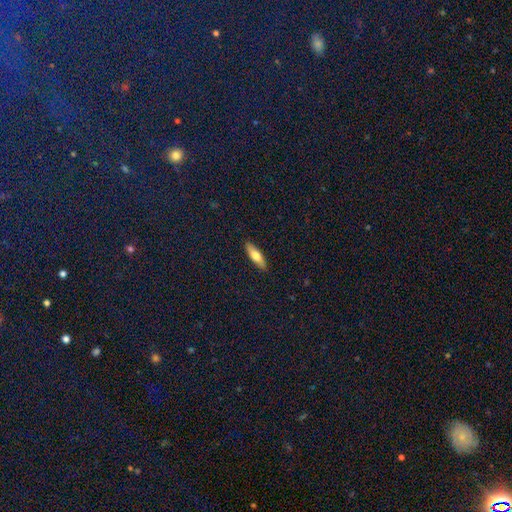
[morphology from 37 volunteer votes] A smooth galaxy with no disk features (73%) that is cigar-shaped (70%).

Vote fractions:
- Smooth or featured? smooth: 73% / featured or disk: 27% / star or artifact: 0%
- How rounded? cigar-shaped: 70% / in between: 30% / round: 0%
- Merging? none: 97% / minor disturbance: 3% / major disturbance: 0% / merger: 0%